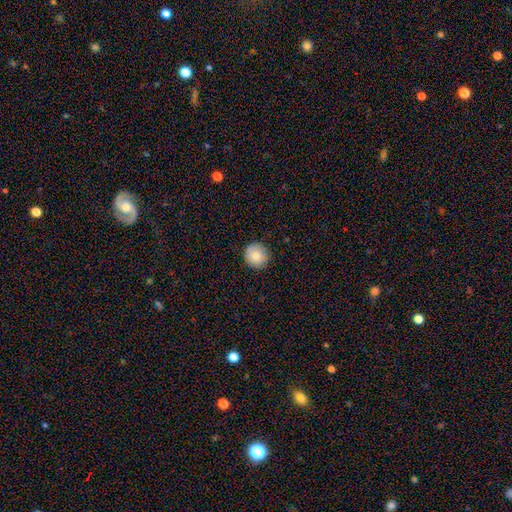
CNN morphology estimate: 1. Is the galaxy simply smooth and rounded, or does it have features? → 82% smooth, 10% featured or disk, 9% star or artifact.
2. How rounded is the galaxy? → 93% round, 6% in between, 1% cigar-shaped.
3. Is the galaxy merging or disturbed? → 89% none, 8% minor disturbance, 2% major disturbance, 1% merger.